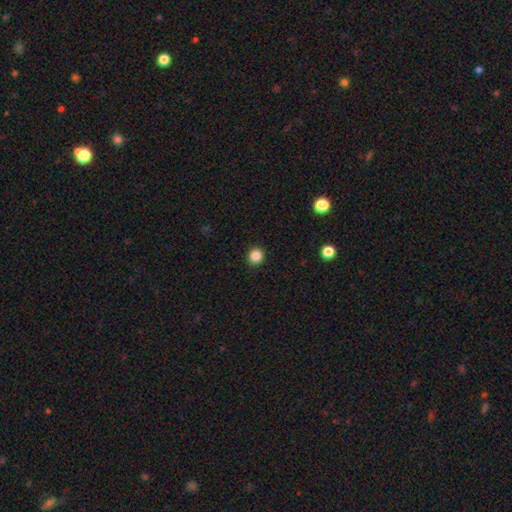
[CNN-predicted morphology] Smooth or featured? Predicted: smooth (p=0.86). How rounded? Predicted: round (p=0.90). Merging? Predicted: none (p=0.92).